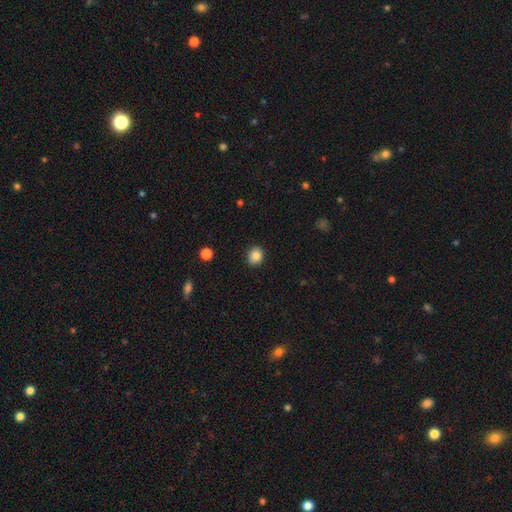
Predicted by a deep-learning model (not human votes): This is clearly a smooth galaxy (85%). How rounded: likely round (67%). Merging: clearly none (90%).